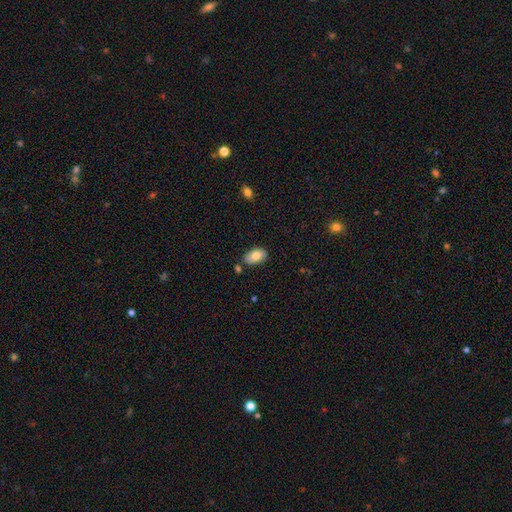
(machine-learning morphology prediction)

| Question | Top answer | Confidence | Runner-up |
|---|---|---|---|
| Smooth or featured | smooth | 78% | featured or disk (15%) |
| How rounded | in between | 93% | round (6%) |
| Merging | none | 79% | minor disturbance (14%) |